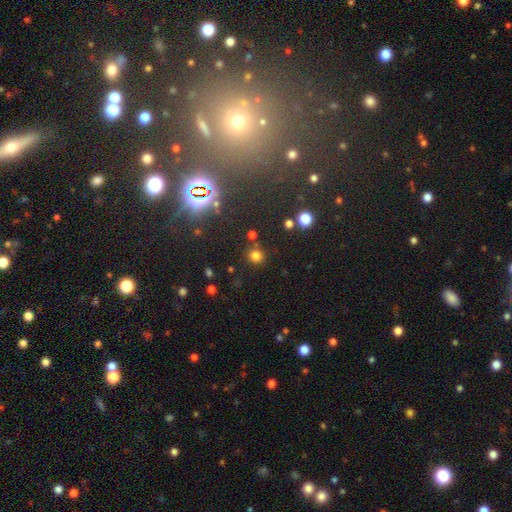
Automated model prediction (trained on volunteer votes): Q: Smooth or featured?
A: smooth (74%); runner-up: star or artifact (20%)
Q: How rounded?
A: round (89%); runner-up: in between (10%)
Q: Merging?
A: none (82%); runner-up: minor disturbance (8%)